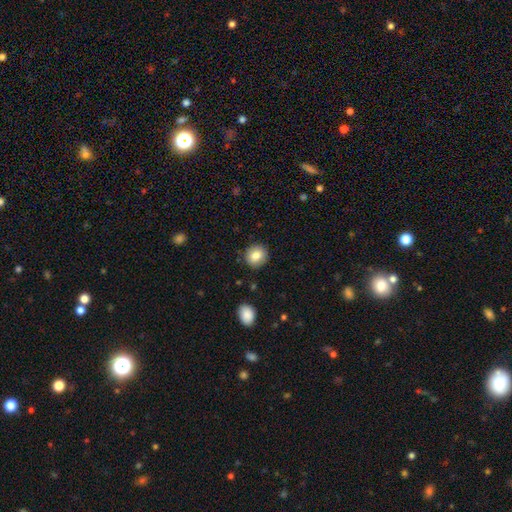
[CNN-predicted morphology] Smooth or featured? smooth (83%)
How rounded? round (85%)
Merging? none (89%)